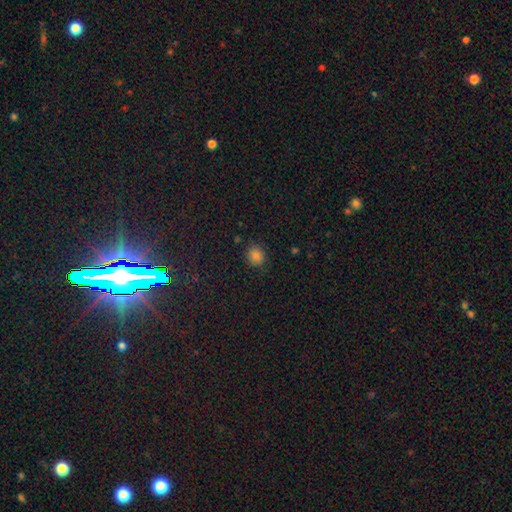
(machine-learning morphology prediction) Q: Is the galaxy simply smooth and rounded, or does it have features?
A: smooth — 81%.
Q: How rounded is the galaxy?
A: round — 67%.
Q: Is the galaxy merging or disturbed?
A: none — 84%.